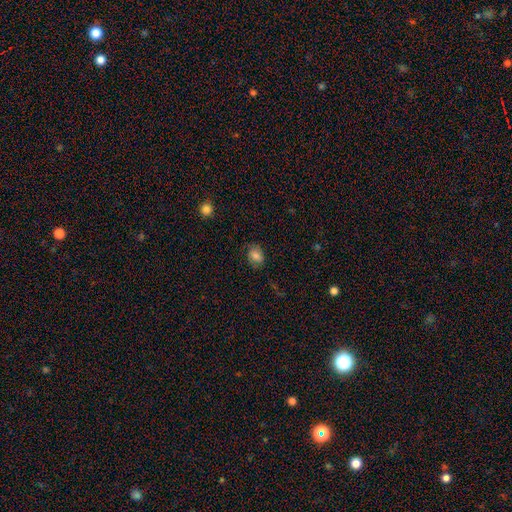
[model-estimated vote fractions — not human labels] Smooth or featured: smooth — 74% (featured or disk — 16%)
How rounded: in between — 67% (round — 31%)
Merging: none — 76% (minor disturbance — 18%)